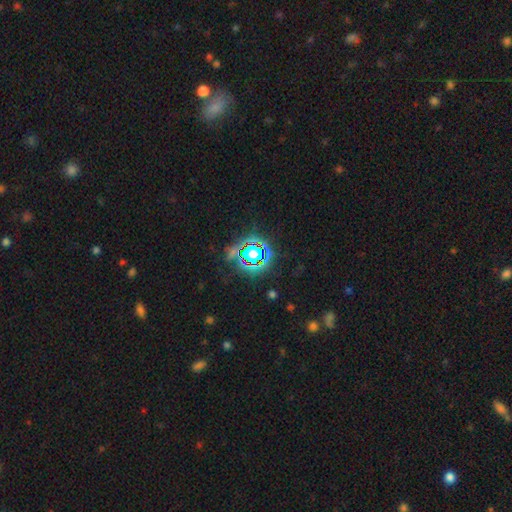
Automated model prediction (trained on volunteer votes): Smooth or featured? star or artifact (76%)